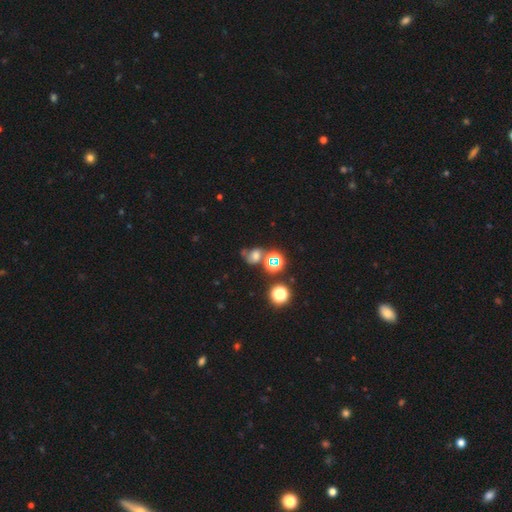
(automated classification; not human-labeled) Q: Smooth or featured?
A: smooth (44%); runner-up: star or artifact (34%)
Q: Merging?
A: none (43%); runner-up: merger (21%)